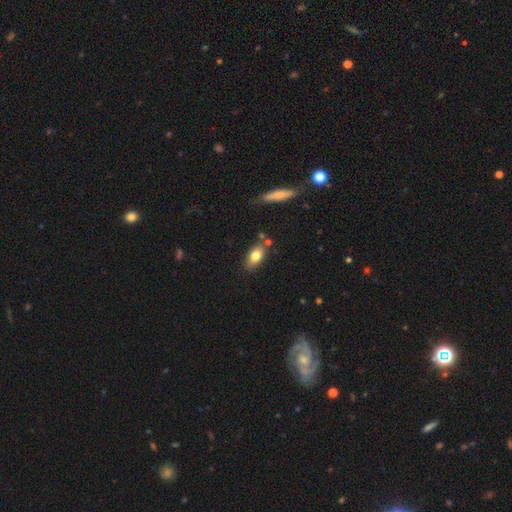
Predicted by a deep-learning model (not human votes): Smooth or featured? Predicted: smooth (p=0.78). How rounded? Predicted: in between (p=0.86). Merging? Predicted: none (p=0.73).